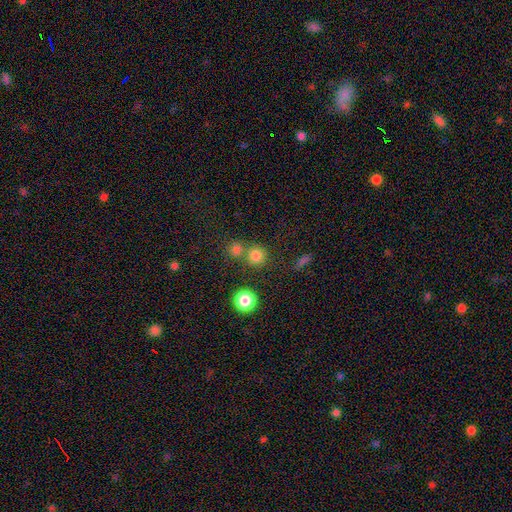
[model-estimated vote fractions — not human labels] Smooth or featured? Predicted: smooth (p=0.78). How rounded? Predicted: round (p=0.91). Merging? Predicted: none (p=0.64).